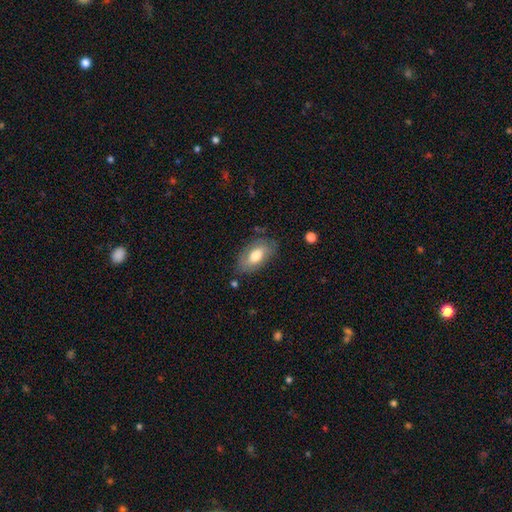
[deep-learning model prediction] smooth-or-featured: smooth: 68% | featured or disk: 25% | star or artifact: 6%
  how-rounded: in between: 92% | round: 4% | cigar-shaped: 4%
  merging: none: 75% | minor disturbance: 18% | major disturbance: 5% | merger: 2%